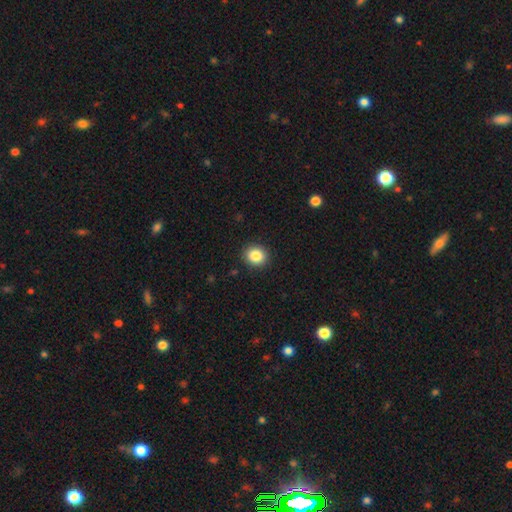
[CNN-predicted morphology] type=smooth (86%); roundness=round (80%); merging=none (91%).